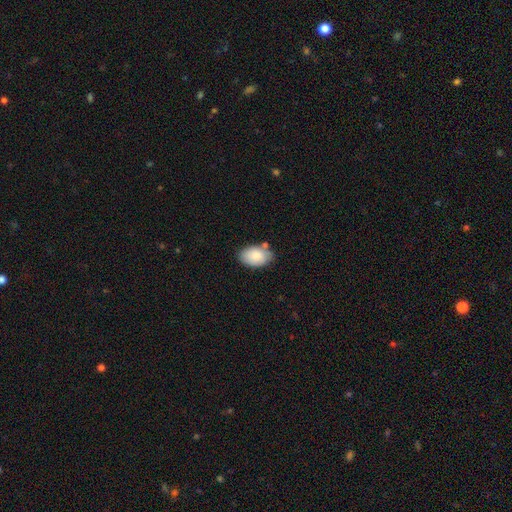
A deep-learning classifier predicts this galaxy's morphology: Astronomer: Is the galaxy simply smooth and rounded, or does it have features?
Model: smooth — 86%.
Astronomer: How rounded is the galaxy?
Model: in between — 91%.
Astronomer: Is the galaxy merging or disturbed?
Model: none — 70%.